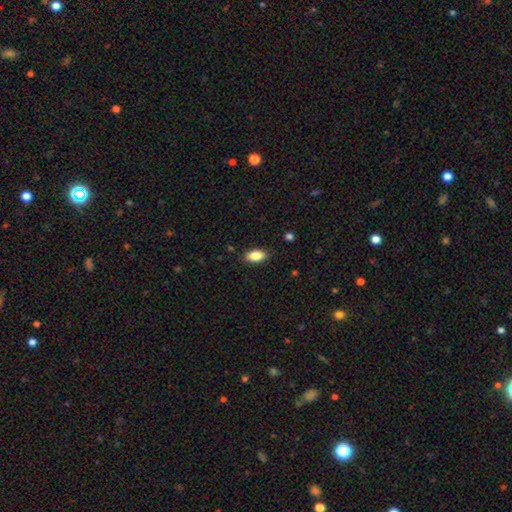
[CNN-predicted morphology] type=smooth (85%); roundness=in between (90%); merging=none (87%).